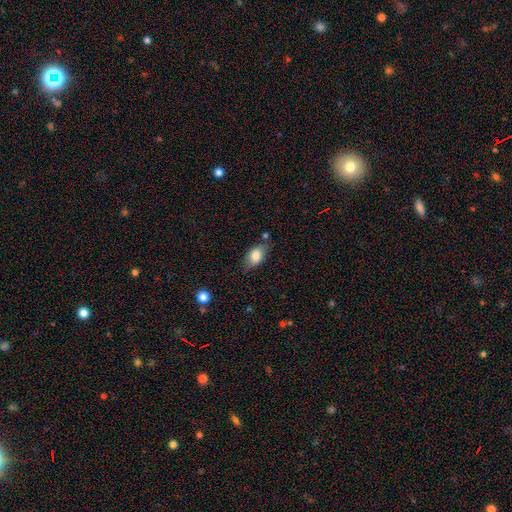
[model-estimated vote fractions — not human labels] smooth-or-featured: smooth: 78% | featured or disk: 14% | star or artifact: 8%
  how-rounded: in between: 87% | round: 10% | cigar-shaped: 3%
  merging: none: 67% | minor disturbance: 23% | major disturbance: 5% | merger: 5%